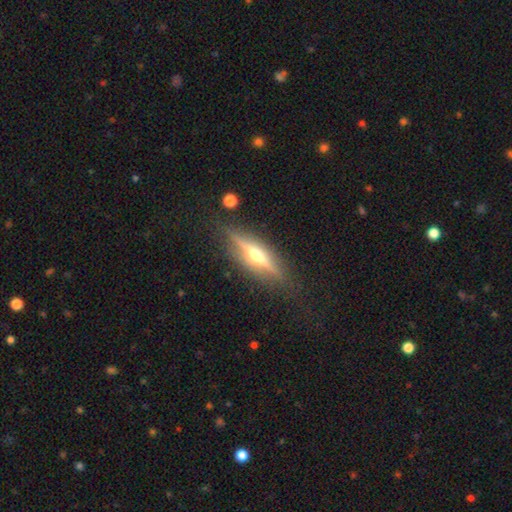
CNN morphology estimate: This is likely a featured or disk galaxy (74%). It is clearly viewed edge-on (95%). Edge-on bulge: clearly rounded (92%). Merging: clearly none (85%).